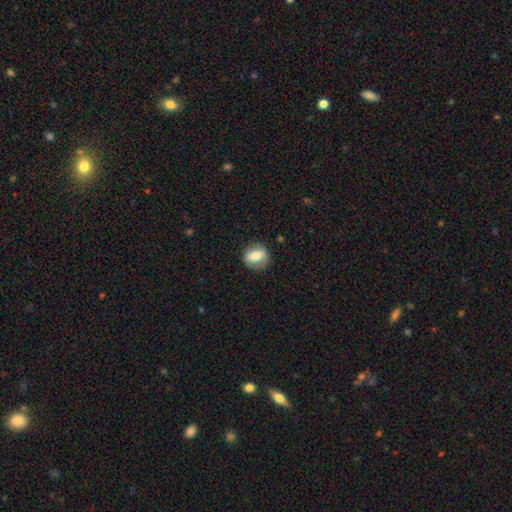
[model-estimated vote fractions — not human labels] This appears to be a smooth galaxy with no disk features (72%) that is round (54%). Merging: none (81%).